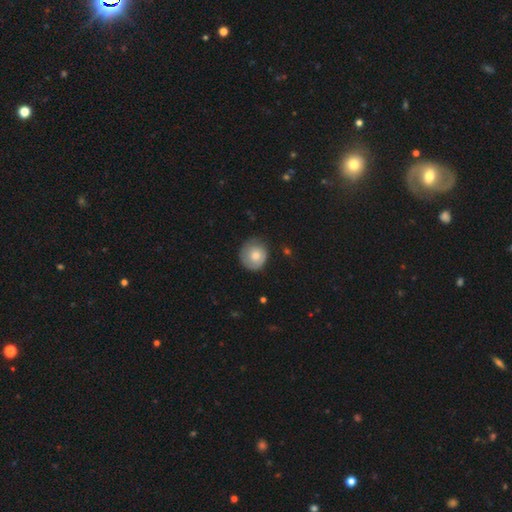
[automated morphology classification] Q: Smooth or featured?
A: smooth (74%); runner-up: featured or disk (19%)
Q: How rounded?
A: round (87%); runner-up: in between (12%)
Q: Merging?
A: none (72%); runner-up: minor disturbance (21%)